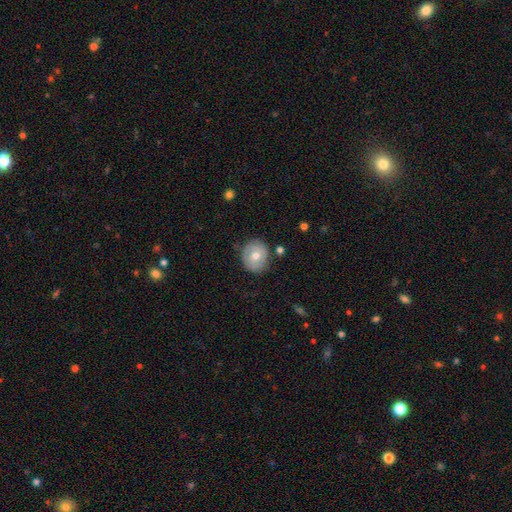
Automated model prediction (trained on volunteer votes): Morphology: type=smooth (58%); roundness=round (79%); merging=none (80%).